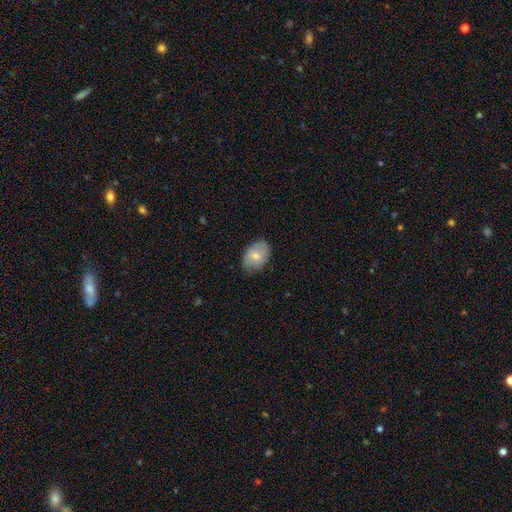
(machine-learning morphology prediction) This appears to be a smooth galaxy with no disk features (67%) that is in between round and cigar-shaped (82%). Merging: none (73%).